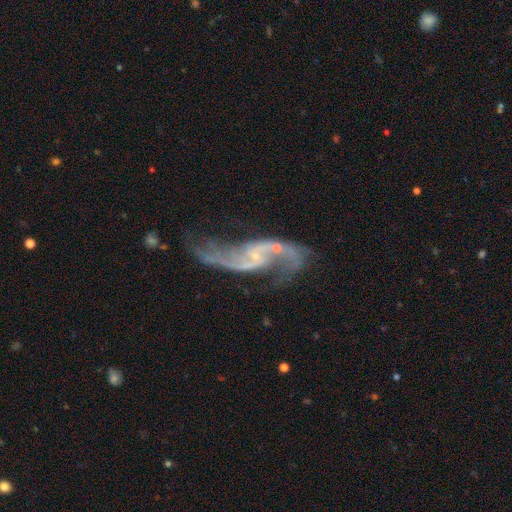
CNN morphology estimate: A featured or disk galaxy (88%) with no bar (46%), 2 (91%) loose (84%) spiral arms (92%) and a small central bulge (70%). Merging: none (46%).